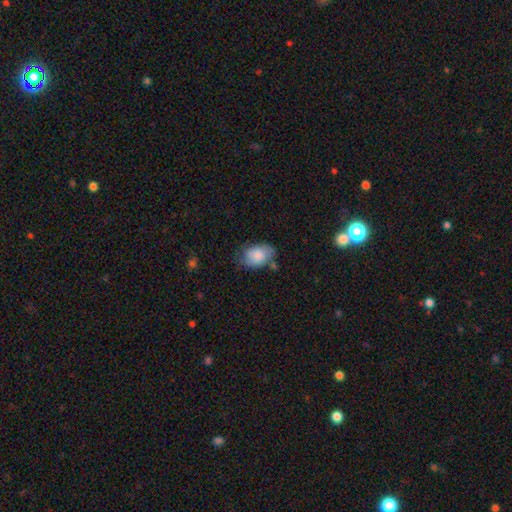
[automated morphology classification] smooth 75%, featured or disk 18%, star or artifact 7%. Down the decision tree: how rounded — in between (85%); merging — none (59%).